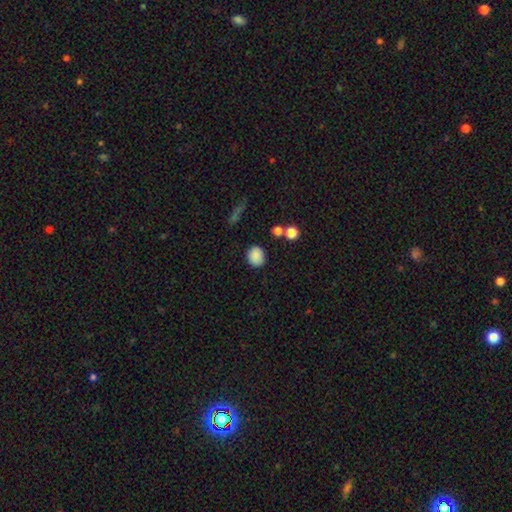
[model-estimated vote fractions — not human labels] Smooth or featured?
  - smooth: 86% *
  - star or artifact: 10%
  - featured or disk: 4%
How rounded?
  - round: 68% *
  - in between: 31%
  - cigar-shaped: 1%
Merging?
  - none: 84% *
  - minor disturbance: 9%
  - merger: 4%
  - major disturbance: 3%